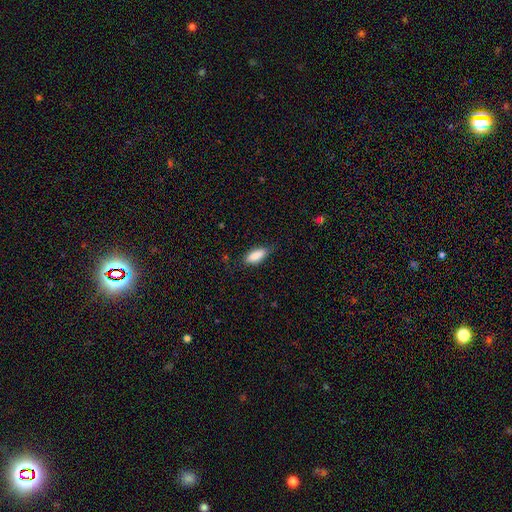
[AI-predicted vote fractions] Smooth or featured?
  - smooth: 86% *
  - featured or disk: 7%
  - star or artifact: 7%
How rounded?
  - in between: 78% *
  - cigar-shaped: 20%
  - round: 2%
Merging?
  - none: 76% *
  - minor disturbance: 19%
  - major disturbance: 4%
  - merger: 1%